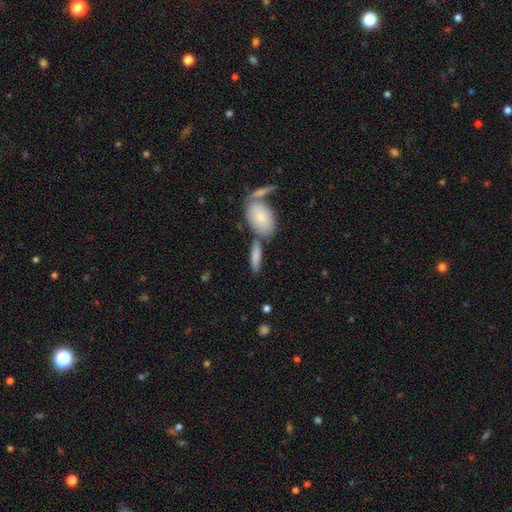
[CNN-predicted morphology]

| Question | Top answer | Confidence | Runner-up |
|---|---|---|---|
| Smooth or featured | smooth | 79% | featured or disk (15%) |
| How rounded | in between | 52% | cigar-shaped (45%) |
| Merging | none | 60% | merger (23%) |